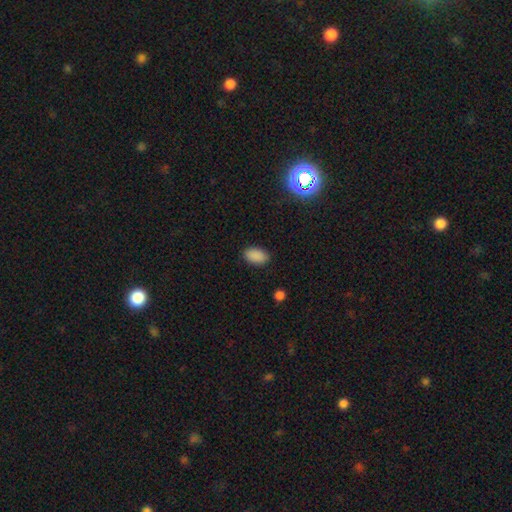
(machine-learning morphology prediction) Smooth or featured? Predicted: smooth (p=0.88). How rounded? Predicted: in between (p=0.92). Merging? Predicted: none (p=0.87).